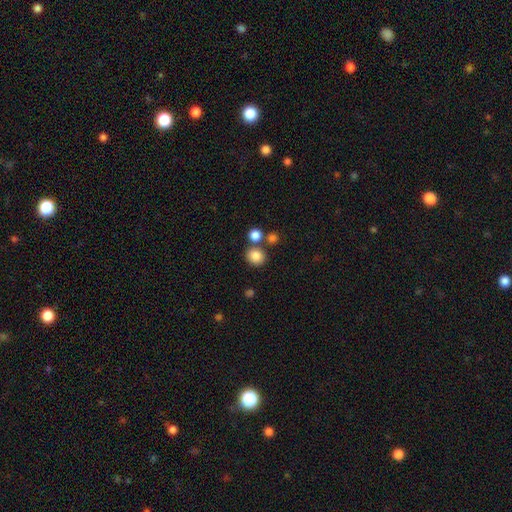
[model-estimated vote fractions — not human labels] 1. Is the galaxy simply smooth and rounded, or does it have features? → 83% smooth, 11% star or artifact, 6% featured or disk.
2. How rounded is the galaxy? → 86% round, 13% in between, 1% cigar-shaped.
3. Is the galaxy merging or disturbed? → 72% none, 17% merger, 8% minor disturbance, 3% major disturbance.